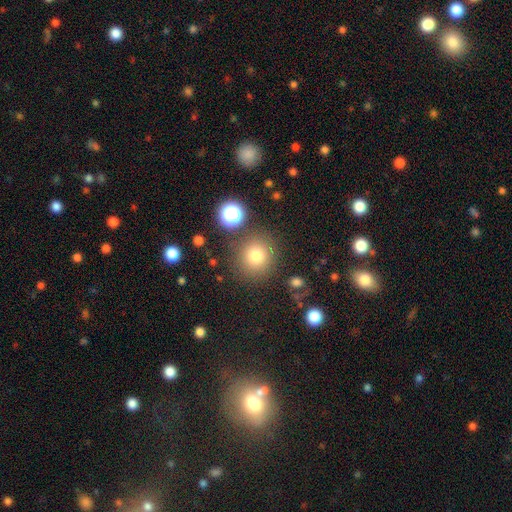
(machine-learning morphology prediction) This appears to be a smooth galaxy with no disk features (78%) that is round (90%). Merging: none (82%).